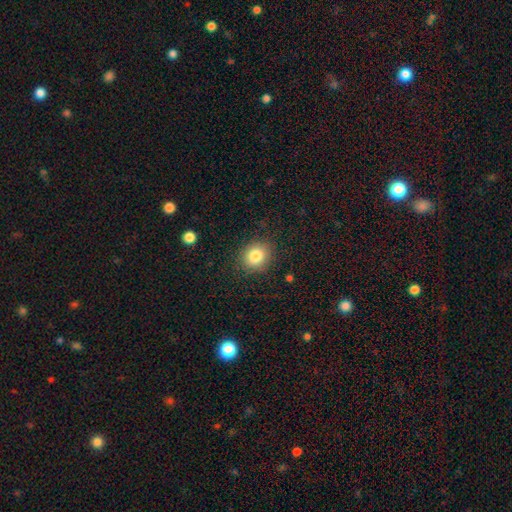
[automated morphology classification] Smooth or featured: smooth — 82% (star or artifact — 10%)
How rounded: round — 74% (in between — 25%)
Merging: none — 87% (minor disturbance — 9%)